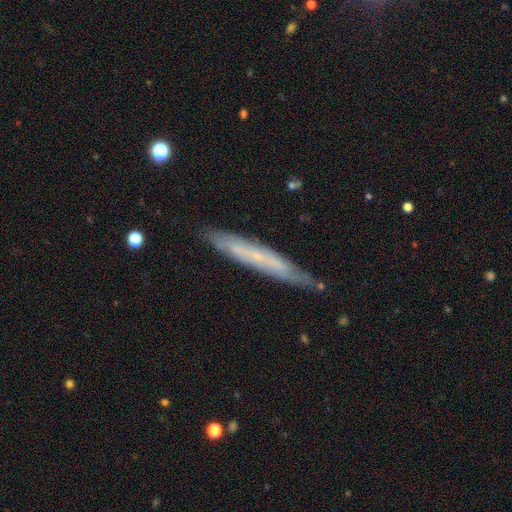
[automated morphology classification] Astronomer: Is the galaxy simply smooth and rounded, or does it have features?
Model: featured or disk — 53% (runner-up: smooth, 40%).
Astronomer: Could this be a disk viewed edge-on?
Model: yes — 78%.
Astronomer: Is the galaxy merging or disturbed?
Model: none — 81%.